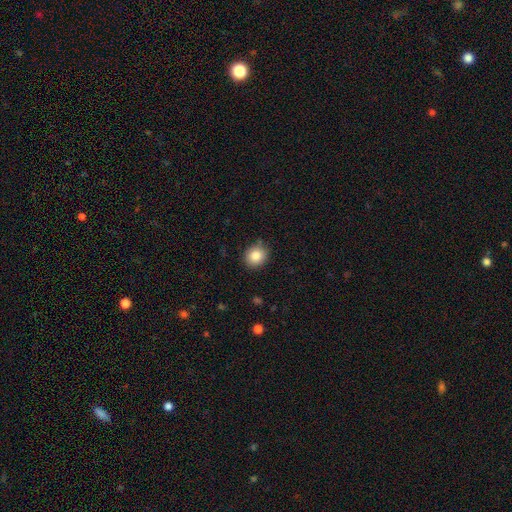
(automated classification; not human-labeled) Smooth or featured? Predicted: smooth (p=0.86). How rounded? Predicted: round (p=0.77). Merging? Predicted: none (p=0.85).